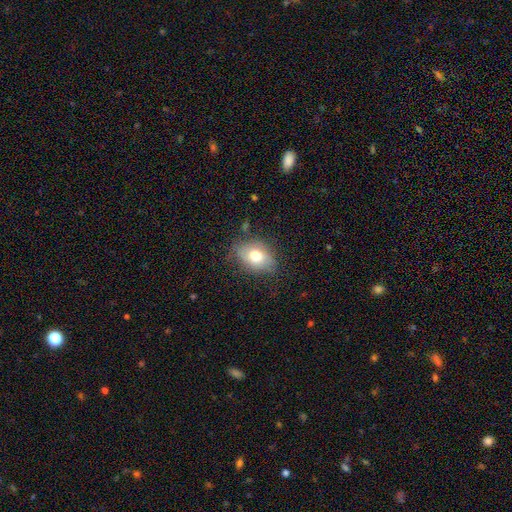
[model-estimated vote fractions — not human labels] smooth 72%, featured or disk 19%, star or artifact 9%. Down the decision tree: how rounded — in between (72%); merging — none (73%).